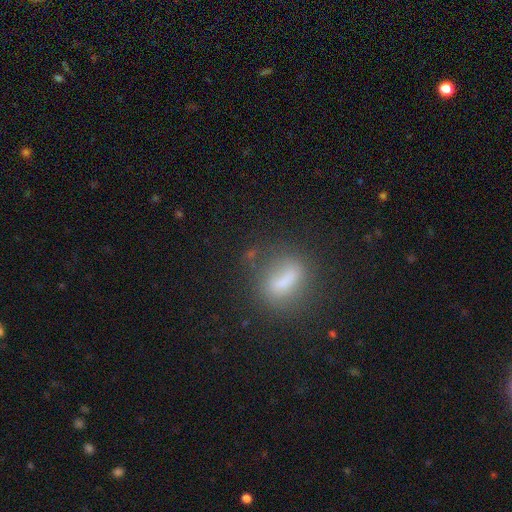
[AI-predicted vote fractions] The model was most divided on "how rounded": in between: 45%, cigar-shaped: 38%, round: 17%. More confident: merging — none (69%); smooth or featured — smooth (57%).